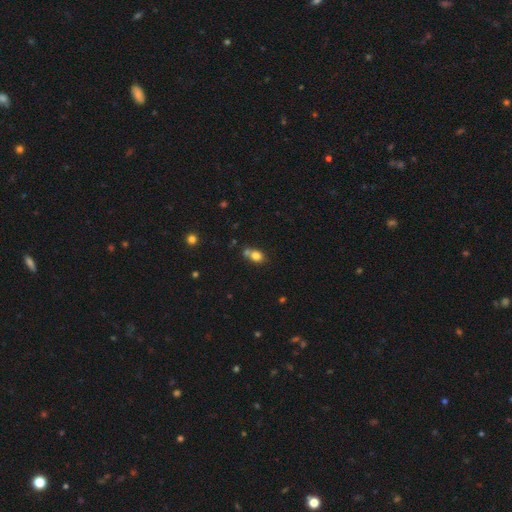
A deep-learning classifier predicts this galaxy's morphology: smooth 78%, star or artifact 12%, featured or disk 10%. Down the decision tree: how rounded — round (52%); merging — none (49%).